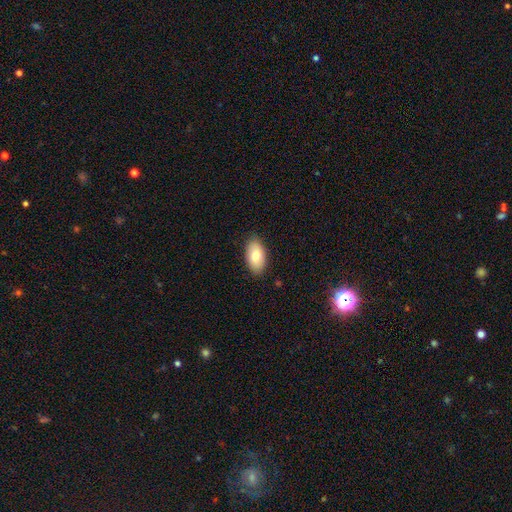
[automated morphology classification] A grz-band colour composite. It shows a smooth galaxy with no disk features (79%) that is in between round and cigar-shaped (94%). Merging: none (87%).